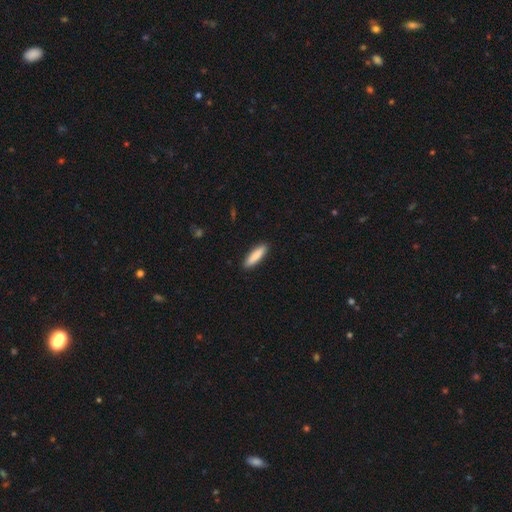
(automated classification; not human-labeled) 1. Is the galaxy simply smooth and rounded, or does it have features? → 86% smooth, 8% featured or disk, 5% star or artifact.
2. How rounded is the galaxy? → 73% cigar-shaped, 26% in between, 1% round.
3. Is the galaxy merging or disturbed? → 91% none, 6% minor disturbance, 1% major disturbance, 1% merger.